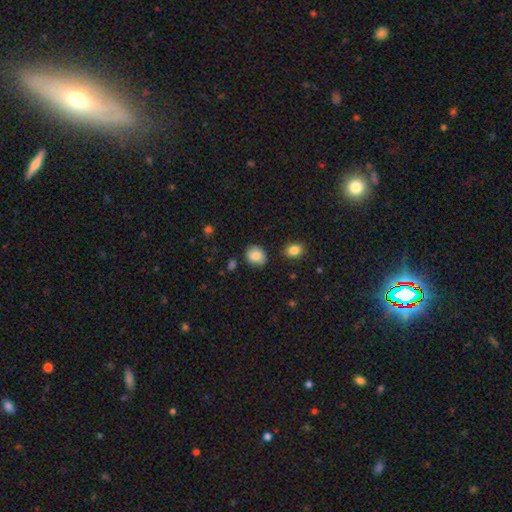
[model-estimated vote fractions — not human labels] Morphology: type=smooth (86%); roundness=round (62%); merging=none (79%).